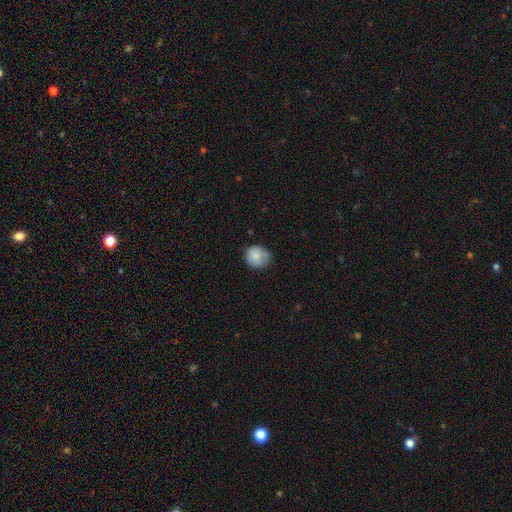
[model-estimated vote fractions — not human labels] Smooth or featured: smooth — 81% (featured or disk — 11%)
How rounded: round — 84% (in between — 15%)
Merging: none — 67% (minor disturbance — 27%)